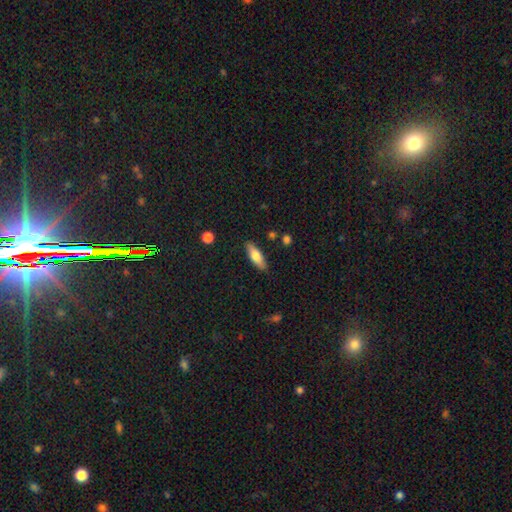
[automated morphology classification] Overall: smooth (72%). How rounded: in between (56%; cigar-shaped 41%). Merging: none (85%).